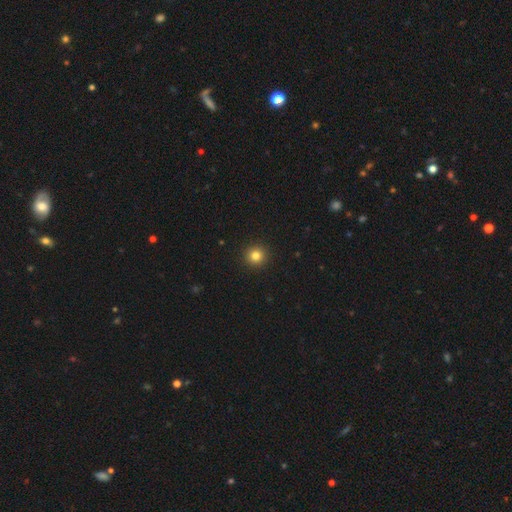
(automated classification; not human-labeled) This appears to be a smooth galaxy with no disk features (82%) that is round (95%). Merging: none (93%).